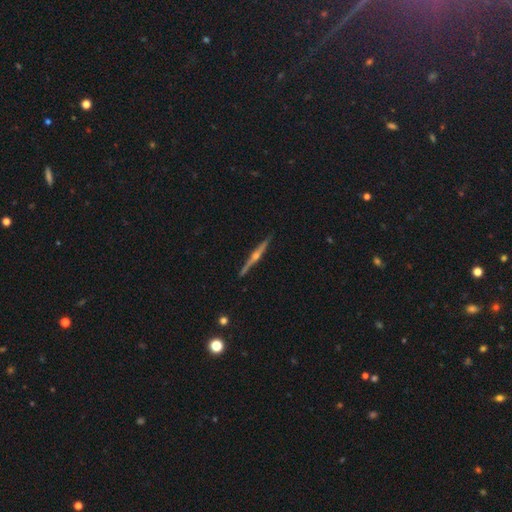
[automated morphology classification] Smooth or featured? Predicted: featured or disk (p=0.85). Edge-on disk? Predicted: yes (p=0.99). Edge-on bulge? Predicted: rounded (p=0.91). Merging? Predicted: none (p=0.92).